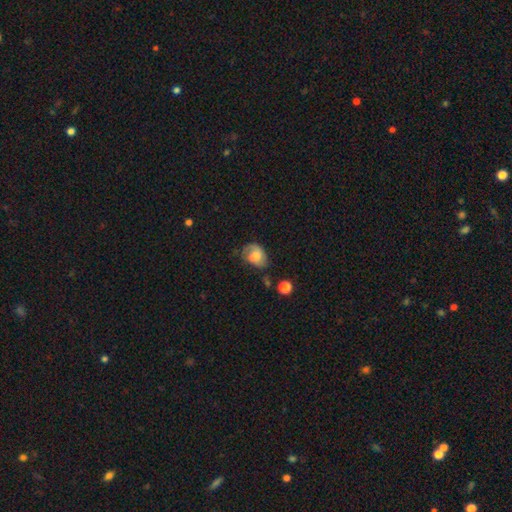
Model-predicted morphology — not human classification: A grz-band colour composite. It shows a smooth galaxy with no disk features (57%) that is in between round and cigar-shaped (67%). Merging: none (46%).